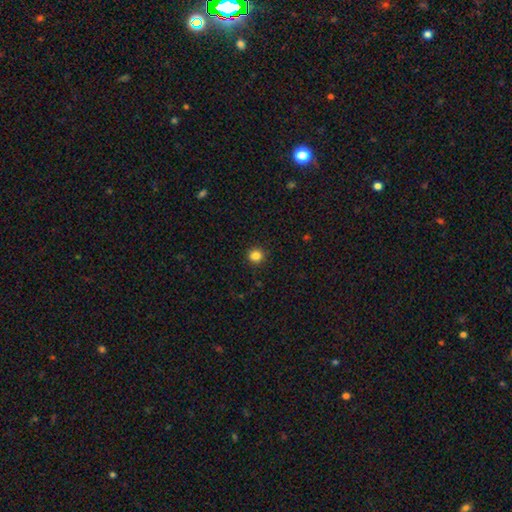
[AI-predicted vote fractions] Q: Smooth or featured?
A: smooth (85%); runner-up: star or artifact (12%)
Q: How rounded?
A: round (92%); runner-up: in between (7%)
Q: Merging?
A: none (92%); runner-up: minor disturbance (5%)